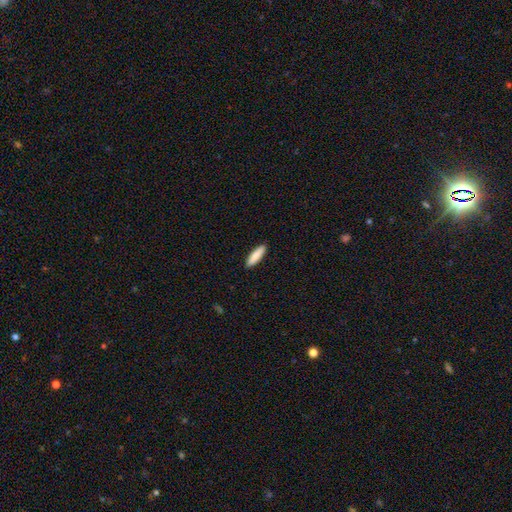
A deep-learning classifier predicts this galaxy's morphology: Smooth or featured? Predicted: smooth (p=0.86). How rounded? Predicted: cigar-shaped (p=0.69). Merging? Predicted: none (p=0.91).